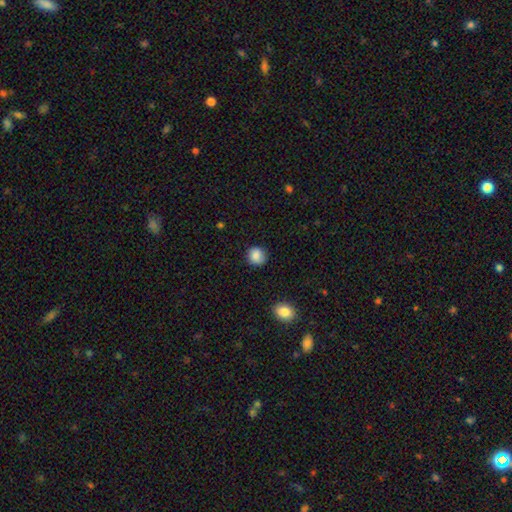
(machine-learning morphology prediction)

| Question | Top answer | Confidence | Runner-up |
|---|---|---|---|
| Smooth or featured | smooth | 84% | star or artifact (8%) |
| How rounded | round | 88% | in between (11%) |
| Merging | none | 85% | minor disturbance (11%) |